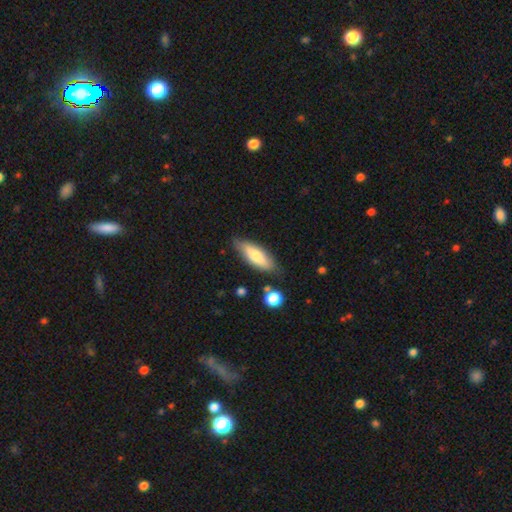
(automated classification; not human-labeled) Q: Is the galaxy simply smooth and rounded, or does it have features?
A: smooth — 68%.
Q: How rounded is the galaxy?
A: in between — 54%.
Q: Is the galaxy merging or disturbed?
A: none — 78%.